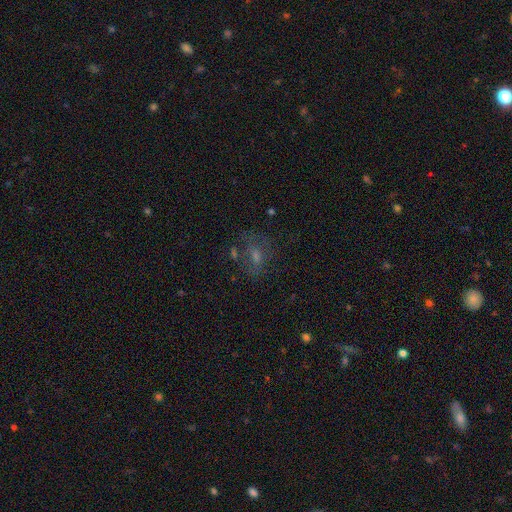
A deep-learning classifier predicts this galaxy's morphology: Smooth or featured?
  - smooth: 40% *
  - featured or disk: 34%
  - star or artifact: 26%
Merging?
  - none: 57% *
  - minor disturbance: 19%
  - major disturbance: 17%
  - merger: 7%